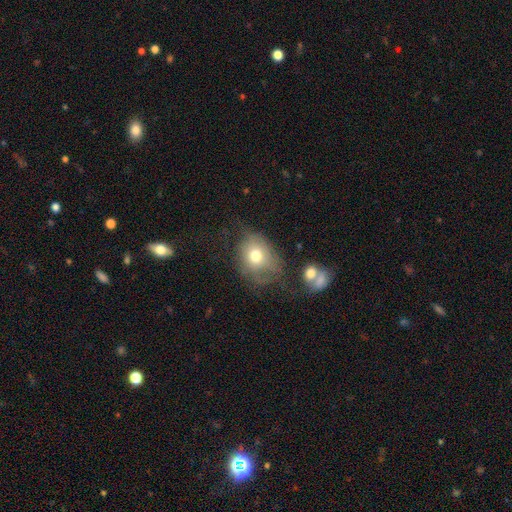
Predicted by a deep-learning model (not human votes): Q: Smooth or featured?
A: smooth (68%); runner-up: featured or disk (22%)
Q: How rounded?
A: in between (55%); runner-up: round (44%)
Q: Merging?
A: none (36%); runner-up: minor disturbance (29%)